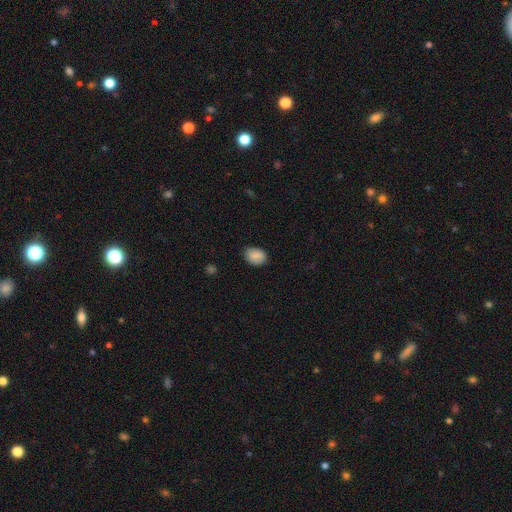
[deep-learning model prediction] This is clearly a smooth galaxy (87%). How rounded: likely in between (74%). Merging: clearly none (81%).